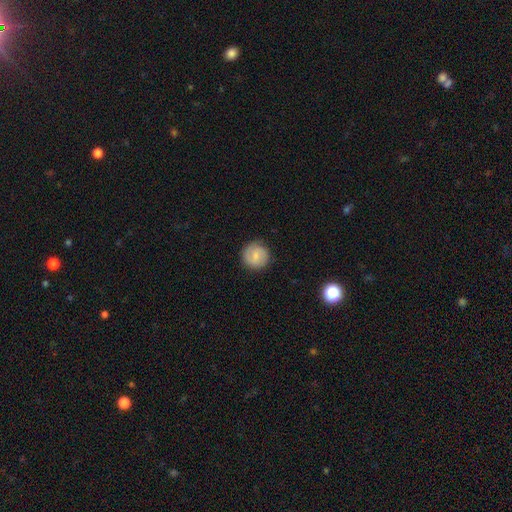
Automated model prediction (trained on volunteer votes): Overall: smooth (55%; featured or disk 38%). How rounded: round (93%). Merging: none (85%).